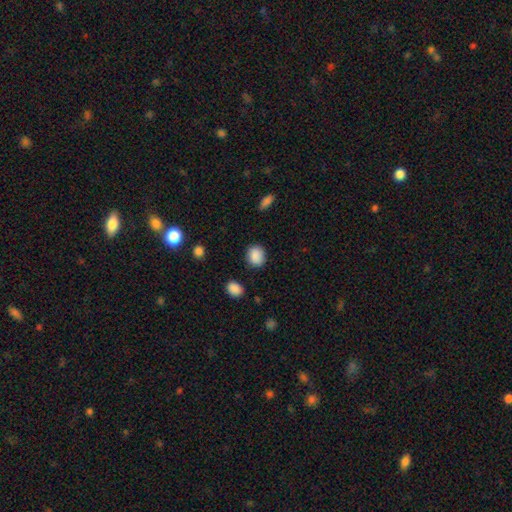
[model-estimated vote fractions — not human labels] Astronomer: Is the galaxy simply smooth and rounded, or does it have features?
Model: smooth — 88%.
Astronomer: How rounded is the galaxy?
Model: round — 62%.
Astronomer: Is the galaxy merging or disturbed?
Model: none — 84%.